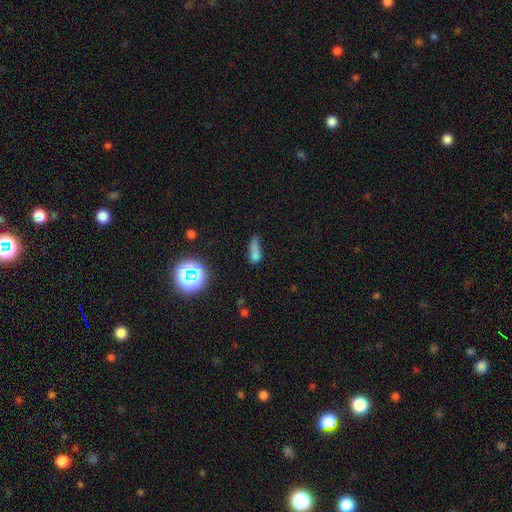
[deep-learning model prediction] Q: Smooth or featured?
A: smooth (67%); runner-up: star or artifact (19%)
Q: How rounded?
A: in between (53%); runner-up: cigar-shaped (37%)
Q: Merging?
A: none (37%); runner-up: minor disturbance (28%)